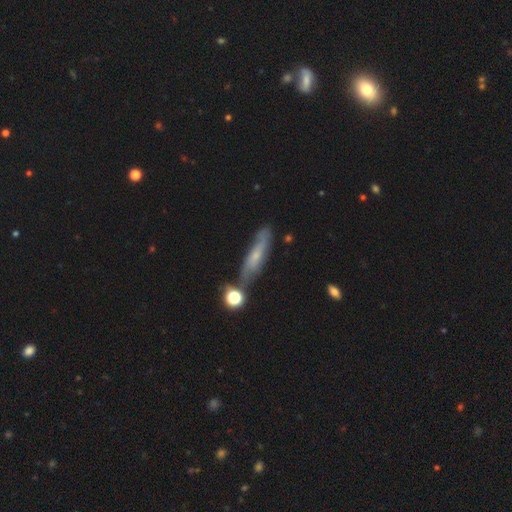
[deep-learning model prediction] This is possibly a featured or disk galaxy (54%). It is possibly viewed edge-on (53%). Merging: likely none (63%).